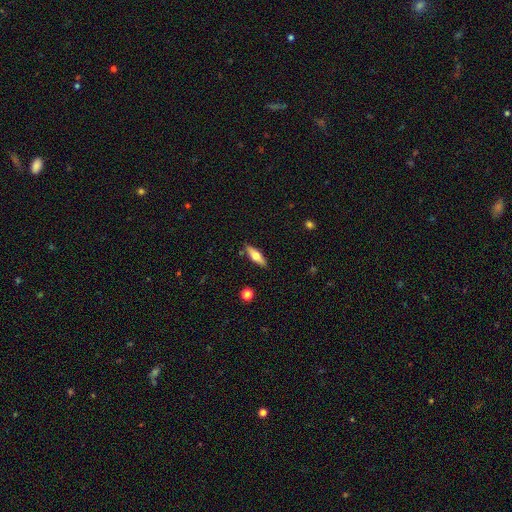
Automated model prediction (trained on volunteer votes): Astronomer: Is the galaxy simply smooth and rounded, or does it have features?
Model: smooth — 55% (runner-up: featured or disk, 39%).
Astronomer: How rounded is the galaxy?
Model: in between — 49% (runner-up: cigar-shaped, 48%).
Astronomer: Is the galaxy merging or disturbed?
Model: none — 86%.